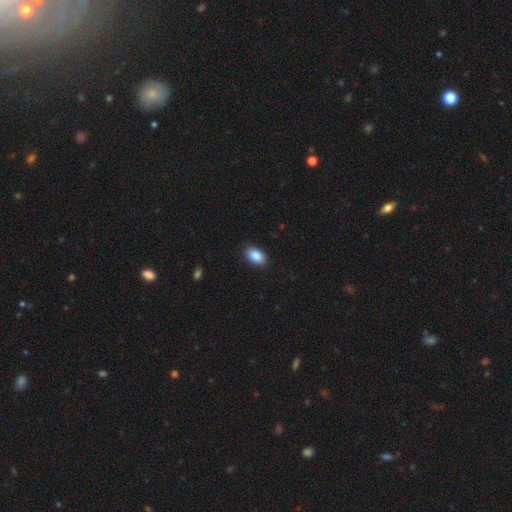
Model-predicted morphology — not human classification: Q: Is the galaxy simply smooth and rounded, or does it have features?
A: smooth — 87%.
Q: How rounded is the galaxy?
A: in between — 89%.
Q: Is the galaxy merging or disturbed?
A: none — 88%.